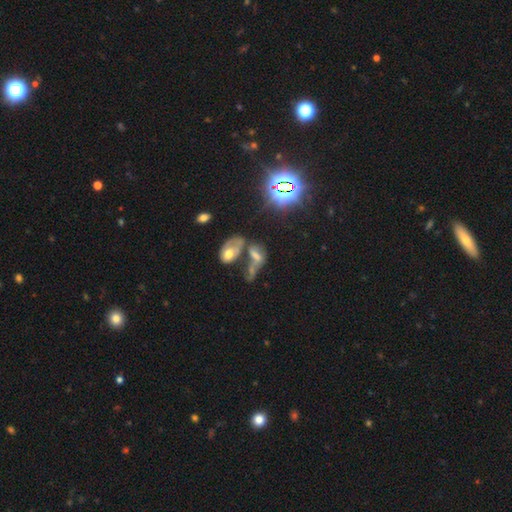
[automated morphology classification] Smooth or featured? Predicted: smooth (p=0.41). Merging? Predicted: merger (p=0.55).